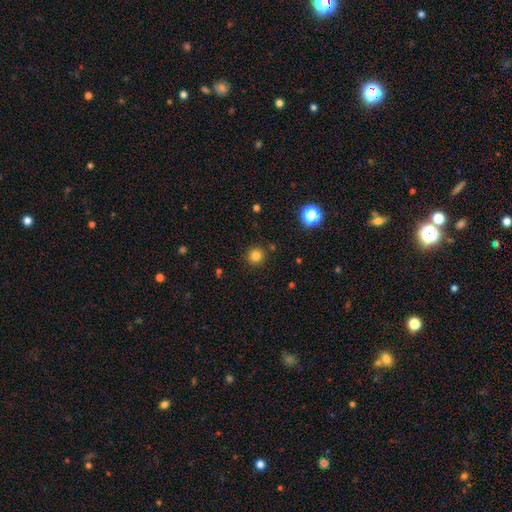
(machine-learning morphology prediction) Overall: smooth (81%). How rounded: round (94%). Merging: none (90%).